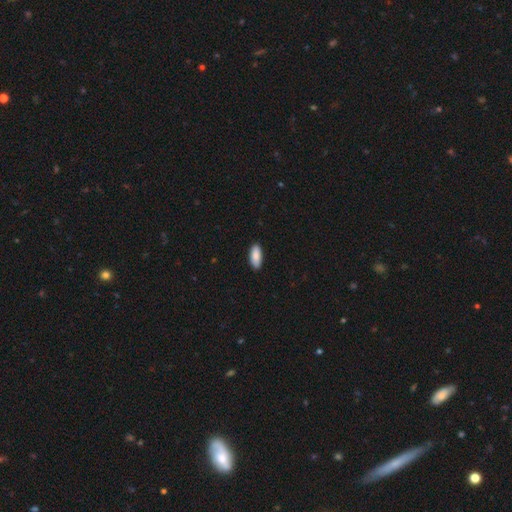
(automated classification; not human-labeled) smooth-or-featured: smooth: 88% | featured or disk: 6% | star or artifact: 6%
  how-rounded: in between: 84% | cigar-shaped: 14% | round: 2%
  merging: none: 89% | minor disturbance: 8% | major disturbance: 2% | merger: 1%